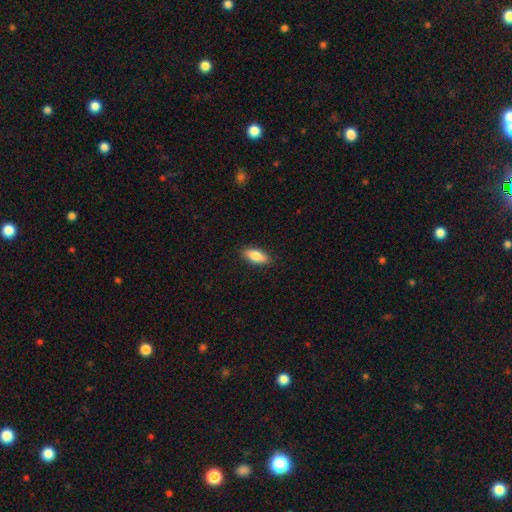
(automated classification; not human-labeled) A smooth galaxy with no disk features (83%) that is in between round and cigar-shaped (83%).

Vote fractions:
- Smooth or featured? smooth: 83% / featured or disk: 11% / star or artifact: 6%
- How rounded? in between: 83% / cigar-shaped: 15% / round: 3%
- Merging? none: 88% / minor disturbance: 9% / major disturbance: 2% / merger: 1%